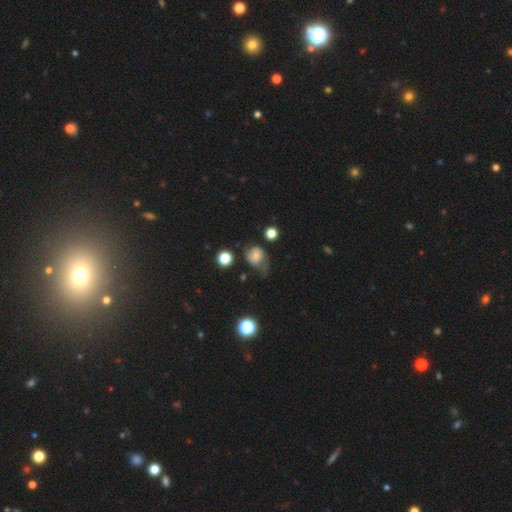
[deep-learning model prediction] smooth 56%, featured or disk 33%, star or artifact 12%. Down the decision tree: how rounded — round (60%); merging — none (36%).